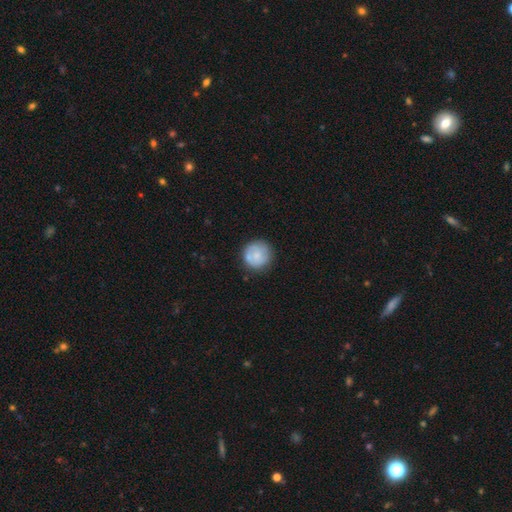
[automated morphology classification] Smooth or featured: smooth — 72% (featured or disk — 21%)
How rounded: round — 93% (in between — 6%)
Merging: none — 76% (minor disturbance — 16%)